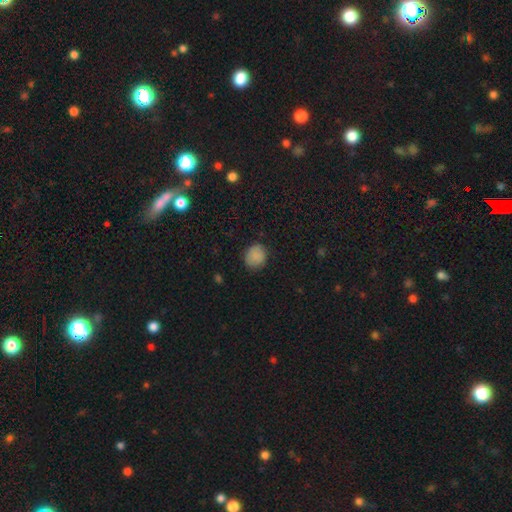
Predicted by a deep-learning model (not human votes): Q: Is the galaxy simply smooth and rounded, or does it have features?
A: smooth — 84%.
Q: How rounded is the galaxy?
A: round — 75%.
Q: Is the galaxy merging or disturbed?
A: none — 82%.